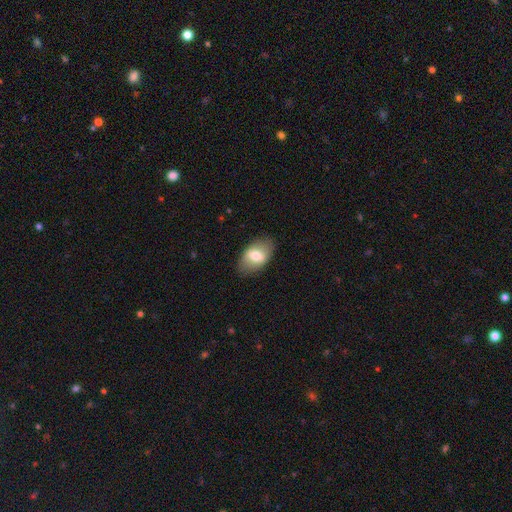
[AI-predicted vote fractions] A smooth galaxy with no disk features (64%) that is in between round and cigar-shaped (90%).

Vote fractions:
- Smooth or featured? smooth: 64% / featured or disk: 29% / star or artifact: 7%
- How rounded? in between: 90% / round: 8% / cigar-shaped: 2%
- Merging? none: 83% / minor disturbance: 12% / major disturbance: 4% / merger: 1%